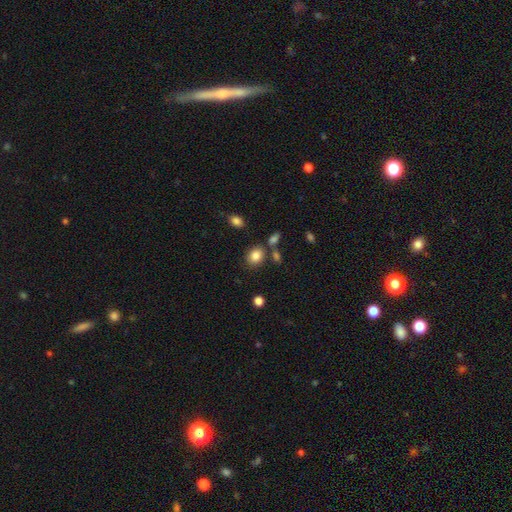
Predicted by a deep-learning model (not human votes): A smooth galaxy with no disk features (84%) that is in between round and cigar-shaped (54%).

Vote fractions:
- Smooth or featured? smooth: 84% / star or artifact: 10% / featured or disk: 7%
- How rounded? in between: 54% / round: 45% / cigar-shaped: 1%
- Merging? none: 74% / minor disturbance: 12% / merger: 10% / major disturbance: 4%